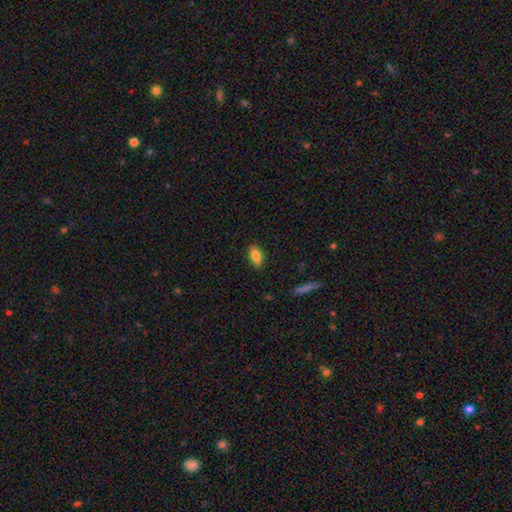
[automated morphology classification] smooth_or_featured: smooth (p=0.81) [alt: featured or disk p=0.11]
how_rounded: in between (p=0.84) [alt: cigar-shaped p=0.13]
merging: none (p=0.86) [alt: minor disturbance p=0.10]